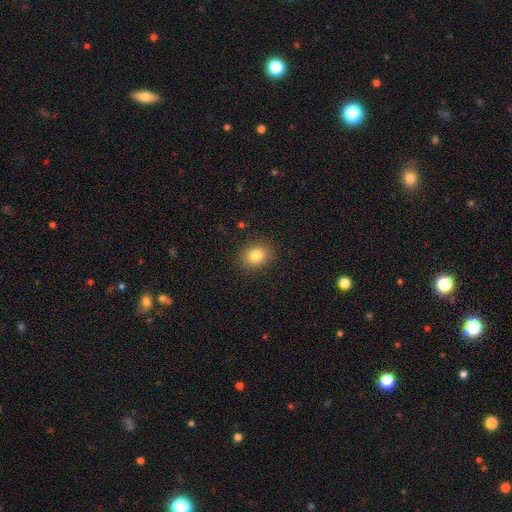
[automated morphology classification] smooth_or_featured: smooth (p=0.82) [alt: star or artifact p=0.11]
how_rounded: round (p=0.57) [alt: in between p=0.42]
merging: none (p=0.88) [alt: minor disturbance p=0.08]